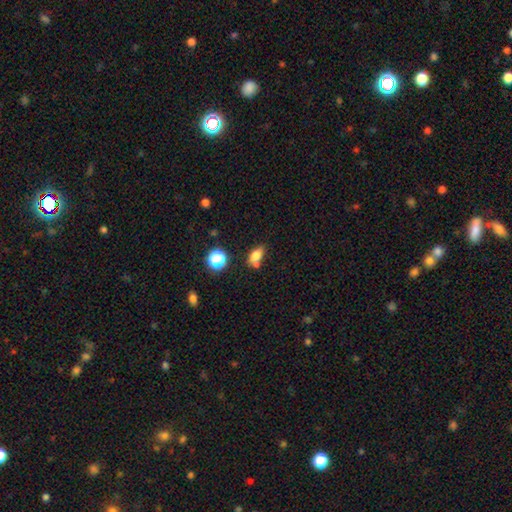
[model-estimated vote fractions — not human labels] The model was most divided on "merging": none: 55%, minor disturbance: 20%, merger: 19%, major disturbance: 6%. More confident: how rounded — in between (77%); smooth or featured — smooth (74%).